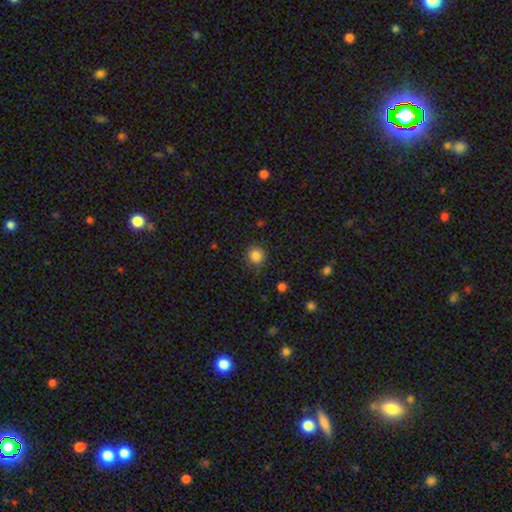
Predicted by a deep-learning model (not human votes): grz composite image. It shows a smooth galaxy with no disk features (85%) that is round (93%). Merging: none (87%).